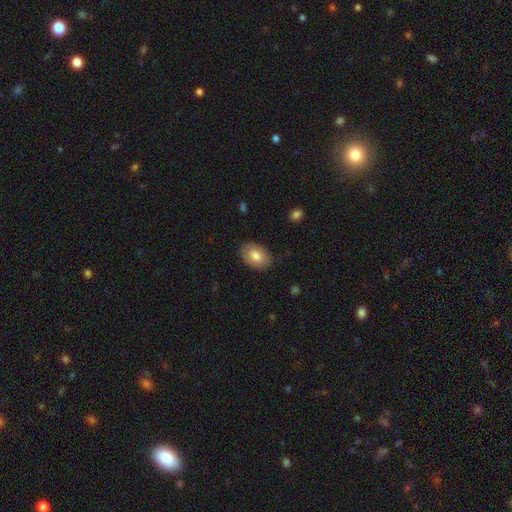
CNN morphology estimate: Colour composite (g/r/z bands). It shows a smooth galaxy with no disk features (81%) that is in between round and cigar-shaped (87%). Merging: none (87%).